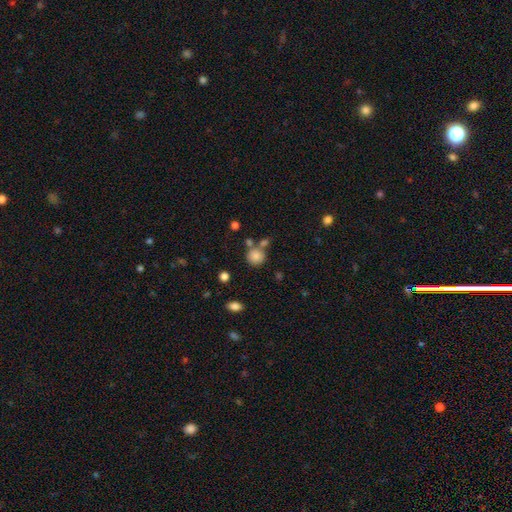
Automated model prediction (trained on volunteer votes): Morphology: type=smooth (83%); roundness=round (88%); merging=none (65%).